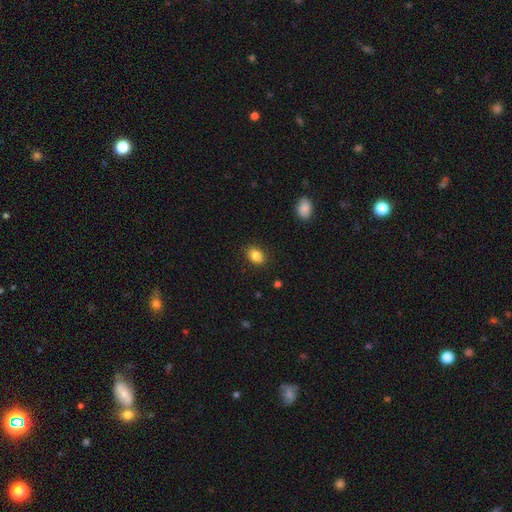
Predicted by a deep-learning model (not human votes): smooth-or-featured: smooth: 85% | star or artifact: 9% | featured or disk: 6%
  how-rounded: in between: 72% | round: 27% | cigar-shaped: 1%
  merging: none: 87% | minor disturbance: 9% | major disturbance: 2% | merger: 1%